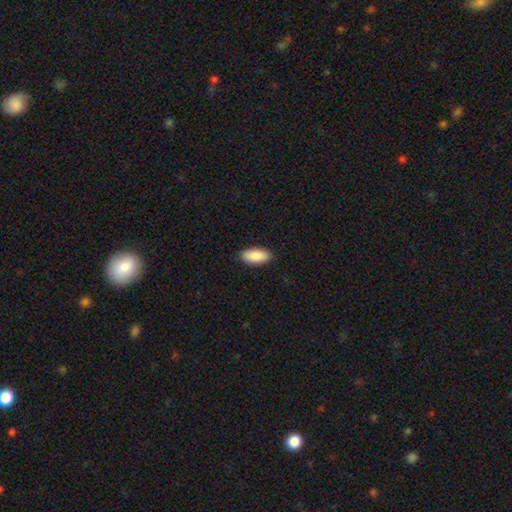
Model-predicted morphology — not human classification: Q: Smooth or featured?
A: smooth (90%); runner-up: star or artifact (6%)
Q: How rounded?
A: in between (90%); runner-up: cigar-shaped (8%)
Q: Merging?
A: none (89%); runner-up: minor disturbance (8%)